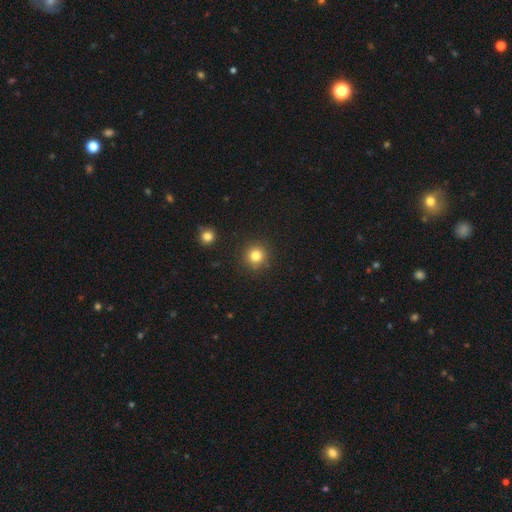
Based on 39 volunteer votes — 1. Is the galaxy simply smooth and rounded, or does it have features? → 74% smooth, 15% featured or disk, 10% star or artifact.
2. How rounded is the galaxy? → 90% round, 10% in between, 0% cigar-shaped.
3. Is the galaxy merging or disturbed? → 100% none, 0% minor disturbance, 0% major disturbance, 0% merger.